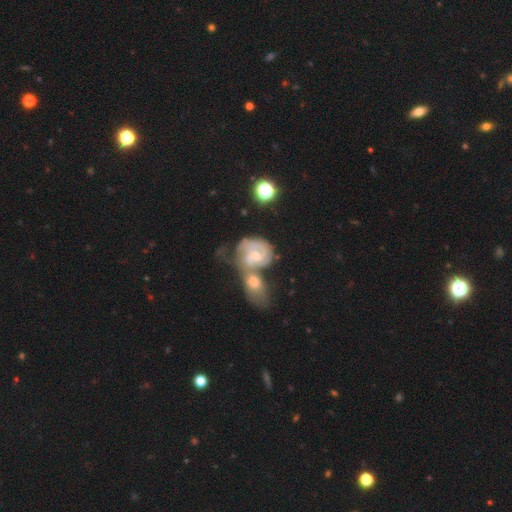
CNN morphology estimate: This appears to be a featured or disk galaxy (75%) with no bar (63%), tight (62%) spiral arms (85%) and a moderate central bulge (49%). Merging: merger (64%).